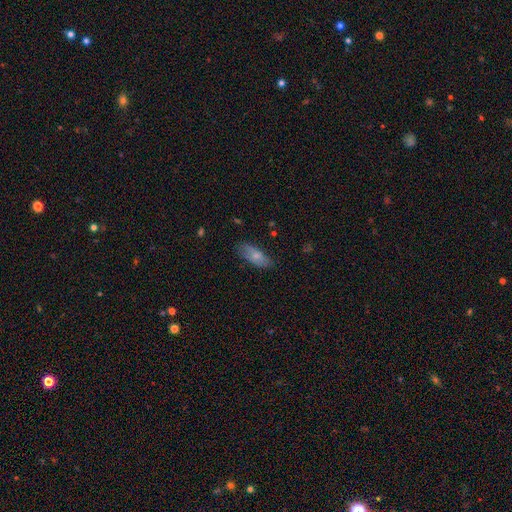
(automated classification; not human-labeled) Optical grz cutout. It shows a smooth galaxy with no disk features (75%) that is in between round and cigar-shaped (80%). Merging: none (74%).